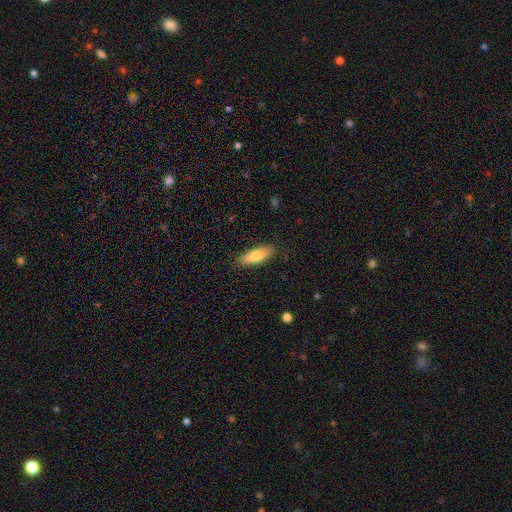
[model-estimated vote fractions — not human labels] Q: Smooth or featured?
A: smooth (73%); runner-up: featured or disk (21%)
Q: How rounded?
A: in between (62%); runner-up: cigar-shaped (36%)
Q: Merging?
A: none (86%); runner-up: minor disturbance (11%)